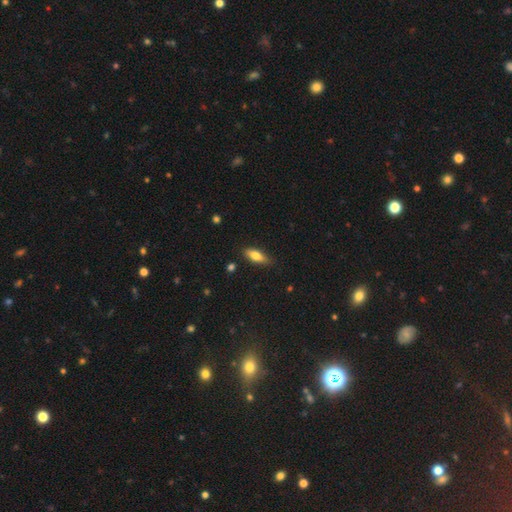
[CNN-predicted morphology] This is likely a smooth galaxy (76%). How rounded: likely in between (69%). Merging: likely none (79%).